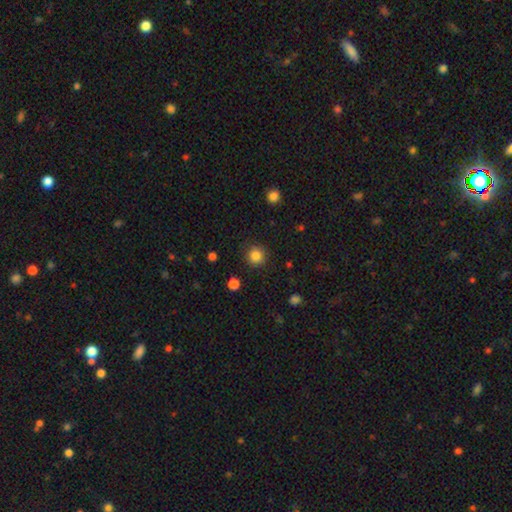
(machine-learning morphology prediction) A smooth galaxy with no disk features (85%) that is round (93%). Merging: none (89%).